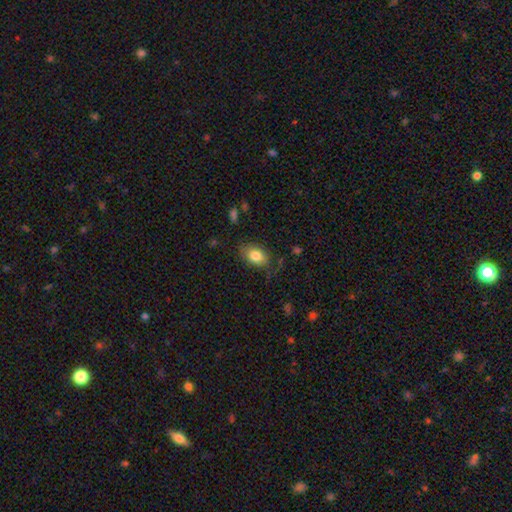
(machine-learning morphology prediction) smooth-or-featured: smooth: 82% | featured or disk: 10% | star or artifact: 8%
  how-rounded: in between: 84% | round: 15% | cigar-shaped: 1%
  merging: none: 75% | minor disturbance: 18% | major disturbance: 6% | merger: 2%